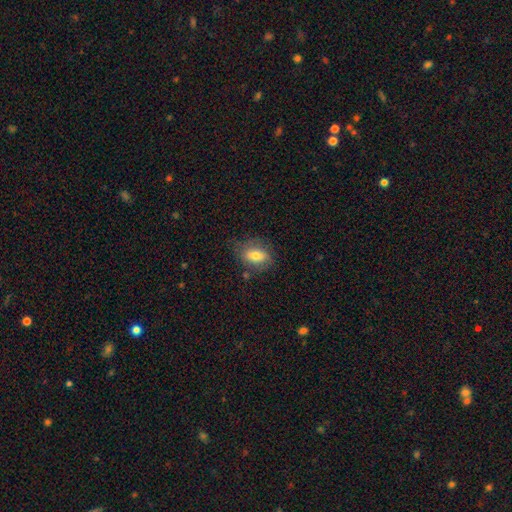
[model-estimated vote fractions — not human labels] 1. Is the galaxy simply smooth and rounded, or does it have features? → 73% smooth, 19% featured or disk, 8% star or artifact.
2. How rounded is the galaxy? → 80% in between, 17% round, 3% cigar-shaped.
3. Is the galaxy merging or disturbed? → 69% none, 21% minor disturbance, 7% major disturbance, 3% merger.